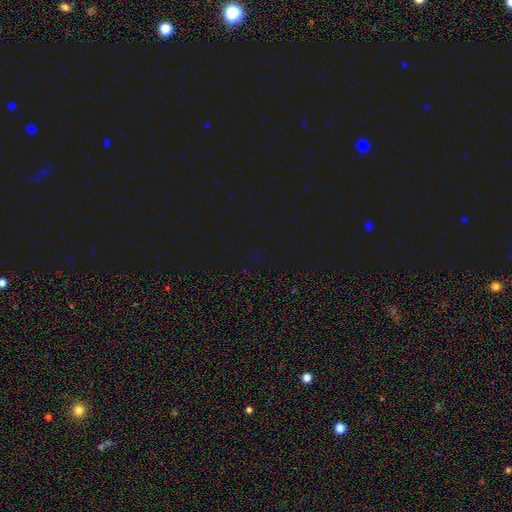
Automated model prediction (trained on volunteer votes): Q: Smooth or featured?
A: star or artifact (78%); runner-up: smooth (16%)